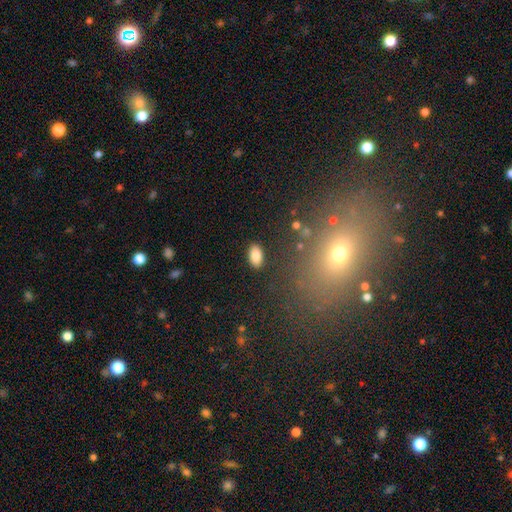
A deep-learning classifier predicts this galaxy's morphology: smooth_or_featured: smooth (p=0.85) [alt: star or artifact p=0.09]
how_rounded: in between (p=0.92) [alt: round p=0.05]
merging: none (p=0.87) [alt: minor disturbance p=0.09]